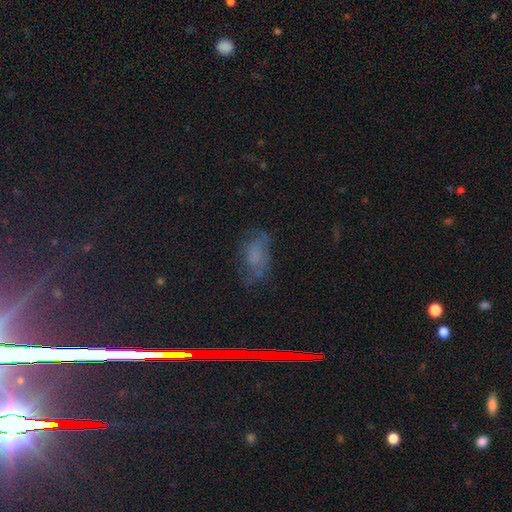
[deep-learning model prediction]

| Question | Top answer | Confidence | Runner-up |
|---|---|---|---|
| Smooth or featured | smooth | 44% | featured or disk (31%) |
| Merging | none | 58% | minor disturbance (25%) |